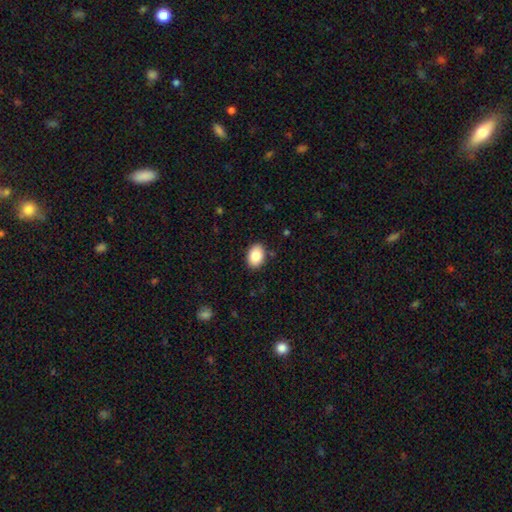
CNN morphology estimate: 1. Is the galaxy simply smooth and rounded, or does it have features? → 85% smooth, 7% star or artifact, 7% featured or disk.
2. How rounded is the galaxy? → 81% in between, 18% round, 1% cigar-shaped.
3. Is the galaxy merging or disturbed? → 88% none, 9% minor disturbance, 2% major disturbance, 1% merger.